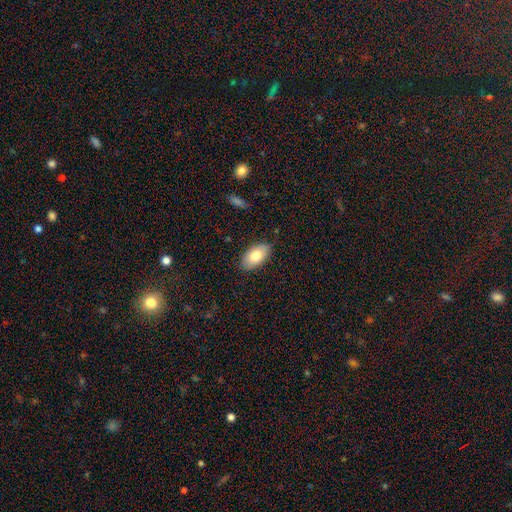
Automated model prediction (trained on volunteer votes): A smooth galaxy with no disk features (79%) that is in between round and cigar-shaped (94%). Merging: none (85%).